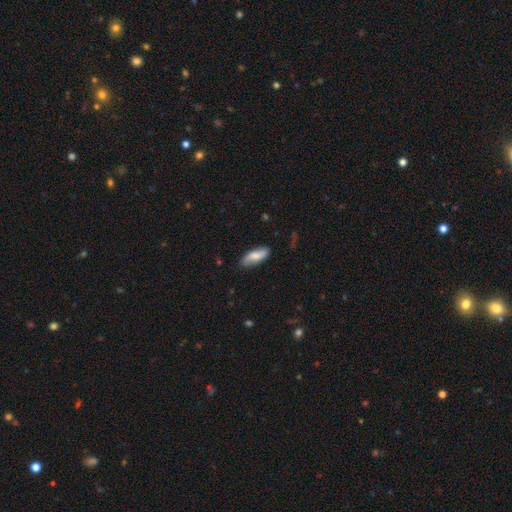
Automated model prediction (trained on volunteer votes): Smooth or featured? smooth (67%)
How rounded? in between (69%)
Merging? none (82%)